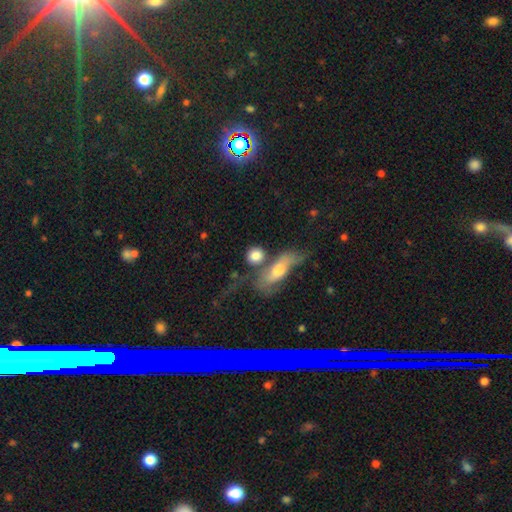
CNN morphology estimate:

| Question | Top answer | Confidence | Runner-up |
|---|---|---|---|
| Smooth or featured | smooth | 78% | featured or disk (14%) |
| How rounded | round | 65% | in between (29%) |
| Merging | none | 45% | merger (32%) |